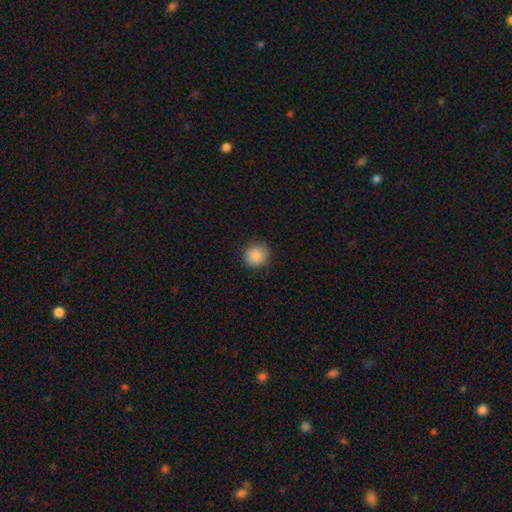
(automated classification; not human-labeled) A smooth galaxy with no disk features (88%) that is round (90%).

Vote fractions:
- Smooth or featured? smooth: 88% / star or artifact: 9% / featured or disk: 3%
- How rounded? round: 90% / in between: 9% / cigar-shaped: 1%
- Merging? none: 89% / minor disturbance: 8% / major disturbance: 2% / merger: 1%